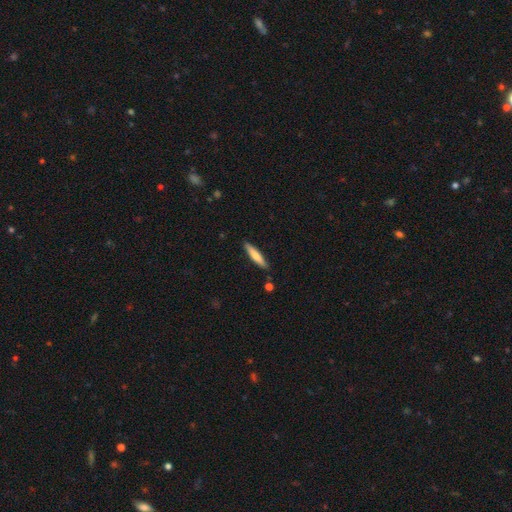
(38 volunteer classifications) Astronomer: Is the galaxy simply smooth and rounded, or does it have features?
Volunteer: smooth — 61%.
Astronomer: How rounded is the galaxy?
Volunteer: cigar-shaped — 83%.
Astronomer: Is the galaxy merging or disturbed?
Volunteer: none — 75%.